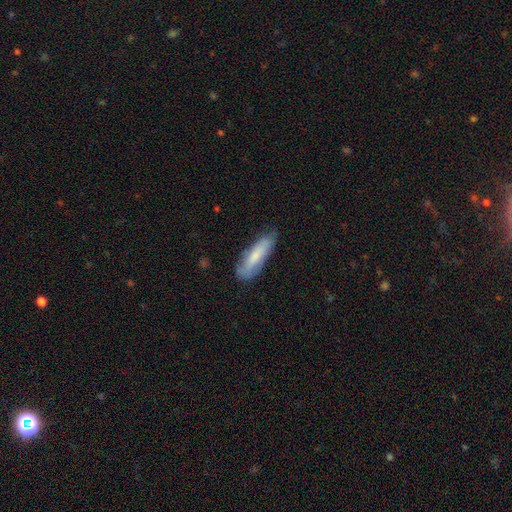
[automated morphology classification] The model was most divided on "how rounded": cigar-shaped: 59%, in between: 40%, round: 1%. More confident: smooth or featured — smooth (75%); merging — none (73%).